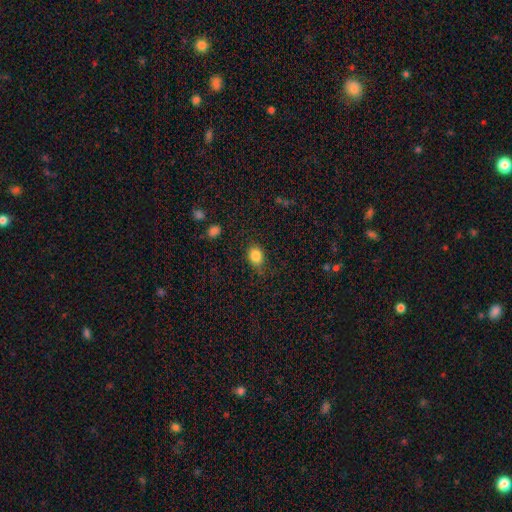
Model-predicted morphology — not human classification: This appears to be a smooth galaxy with no disk features (85%) that is in between round and cigar-shaped (52%). Merging: none (75%).